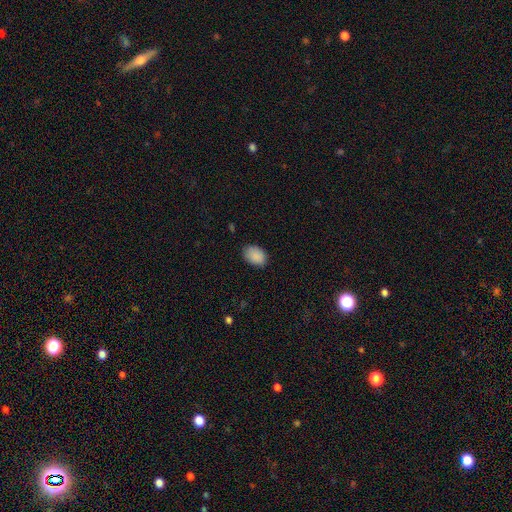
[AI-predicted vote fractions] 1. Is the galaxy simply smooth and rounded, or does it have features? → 89% smooth, 7% star or artifact, 4% featured or disk.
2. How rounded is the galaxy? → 78% in between, 21% round, 1% cigar-shaped.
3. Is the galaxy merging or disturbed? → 82% none, 15% minor disturbance, 3% major disturbance, 1% merger.